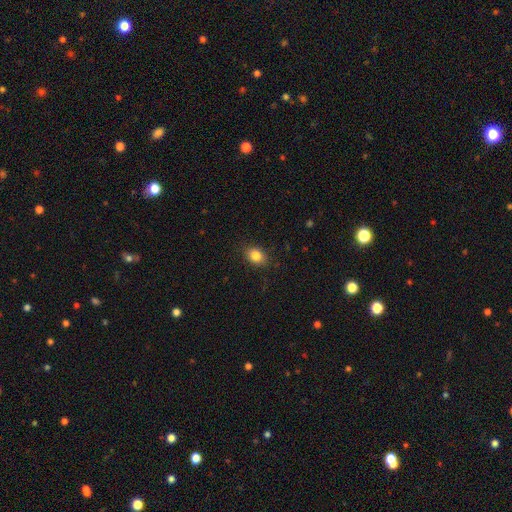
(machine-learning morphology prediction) smooth-or-featured: smooth: 85% | star or artifact: 10% | featured or disk: 6%
  how-rounded: in between: 62% | round: 37% | cigar-shaped: 1%
  merging: none: 85% | minor disturbance: 11% | major disturbance: 3% | merger: 1%